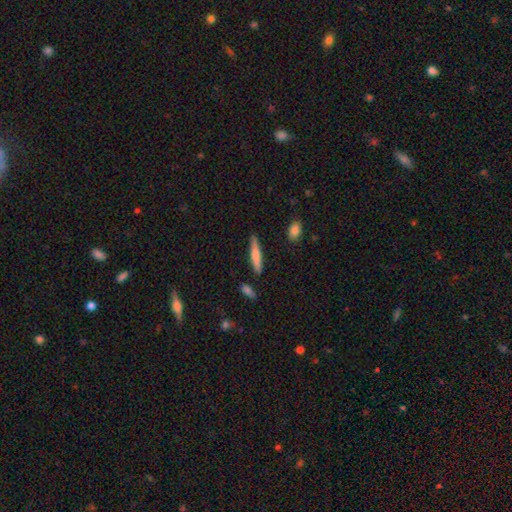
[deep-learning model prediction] A smooth galaxy with no disk features (69%) that is cigar-shaped (89%).

Vote fractions:
- Smooth or featured? smooth: 69% / featured or disk: 25% / star or artifact: 6%
- How rounded? cigar-shaped: 89% / in between: 10% / round: 2%
- Merging? none: 83% / minor disturbance: 12% / merger: 3% / major disturbance: 2%